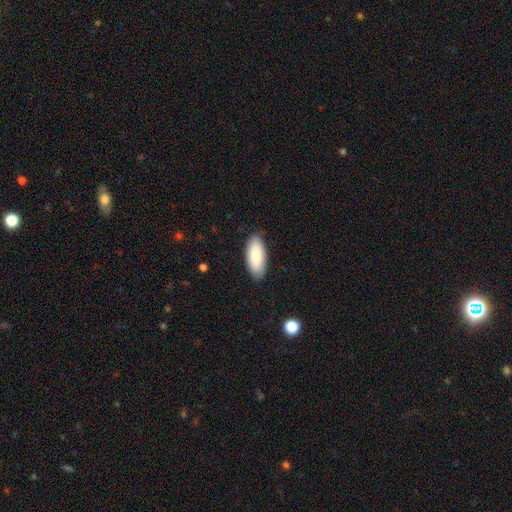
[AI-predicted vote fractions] smooth_or_featured: smooth (p=0.86) [alt: featured or disk p=0.09]
how_rounded: in between (p=0.88) [alt: cigar-shaped p=0.11]
merging: none (p=0.87) [alt: minor disturbance p=0.10]